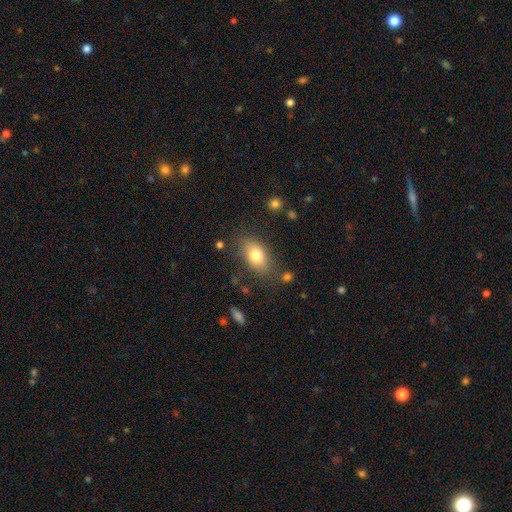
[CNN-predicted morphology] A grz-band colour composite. It shows a smooth galaxy with no disk features (77%) that is in between round and cigar-shaped (86%). Merging: none (78%).